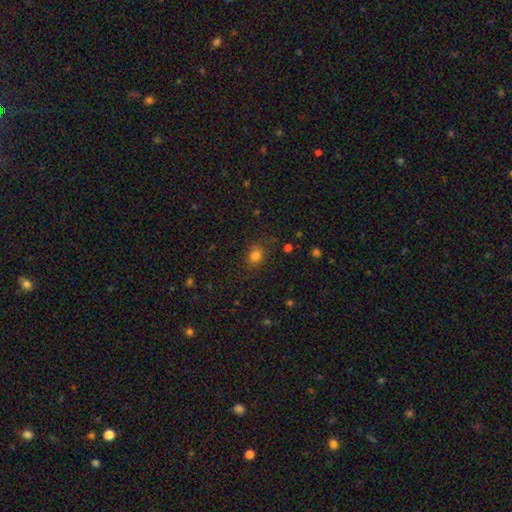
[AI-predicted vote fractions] A smooth galaxy with no disk features (80%) that is round (64%). Merging: none (78%).